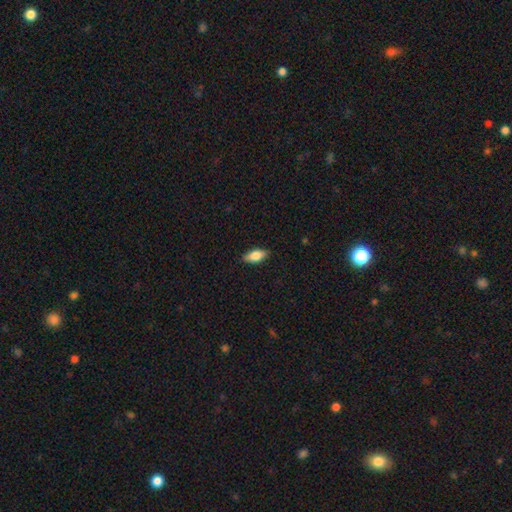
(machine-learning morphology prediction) Smooth or featured: smooth — 80% (featured or disk — 13%)
How rounded: in between — 87% (cigar-shaped — 10%)
Merging: none — 87% (minor disturbance — 10%)